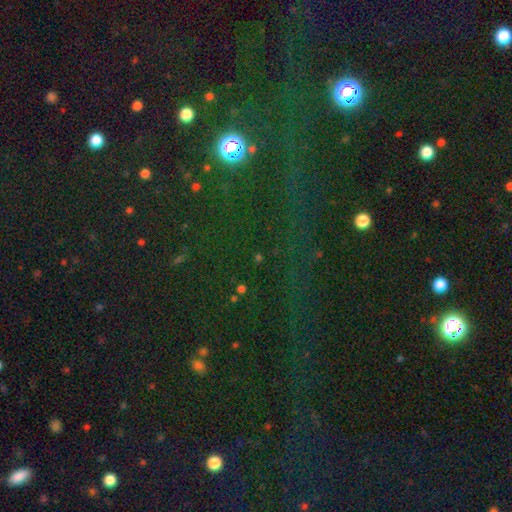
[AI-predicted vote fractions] Q: Smooth or featured?
A: star or artifact (76%); runner-up: smooth (15%)